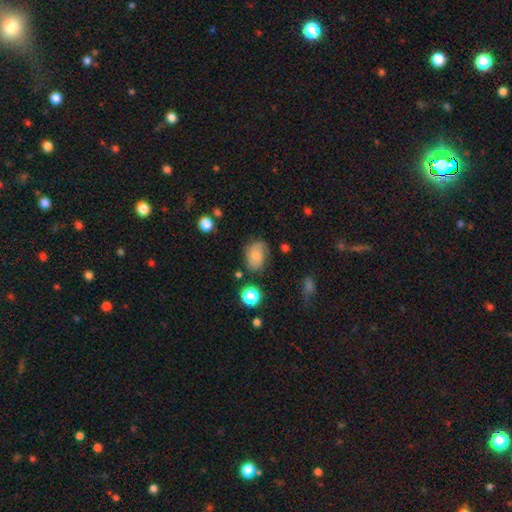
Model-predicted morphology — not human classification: smooth 52%, featured or disk 36%, star or artifact 11%. Down the decision tree: how rounded — in between (71%); merging — none (62%).